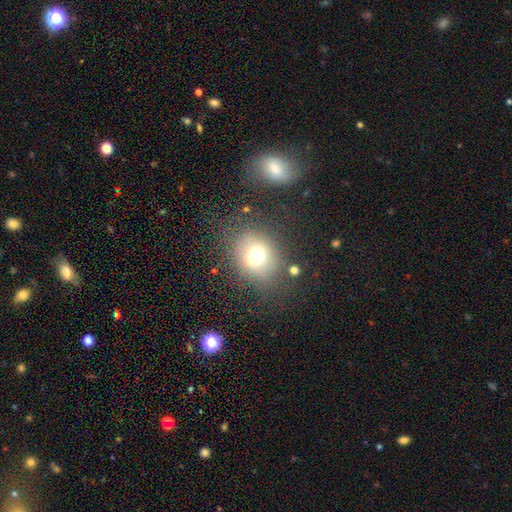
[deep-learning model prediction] A smooth galaxy with no disk features (70%) that is round (71%).

Vote fractions:
- Smooth or featured? smooth: 70% / star or artifact: 17% / featured or disk: 13%
- How rounded? round: 71% / in between: 28% / cigar-shaped: 1%
- Merging? none: 78% / minor disturbance: 12% / major disturbance: 7% / merger: 3%